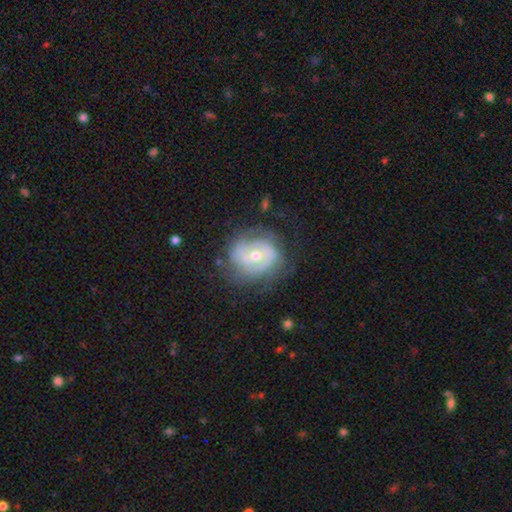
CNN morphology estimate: Smooth or featured? featured or disk (74%)
Edge-on disk? no (97%)
Bar? no (57%)
Spiral arms? yes (79%)
Spiral winding? tight (55%)
Spiral arm count? 2 (43%)
Bulge size? moderate (53%)
Merging? none (65%)